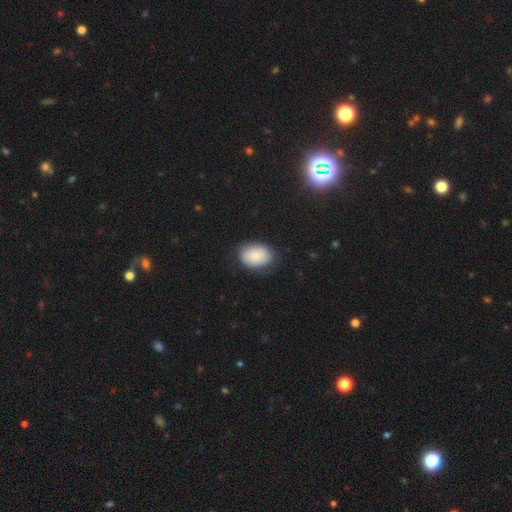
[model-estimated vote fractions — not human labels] smooth_or_featured: smooth (p=0.82) [alt: featured or disk p=0.10]
how_rounded: in between (p=0.74) [alt: round p=0.25]
merging: none (p=0.80) [alt: minor disturbance p=0.15]